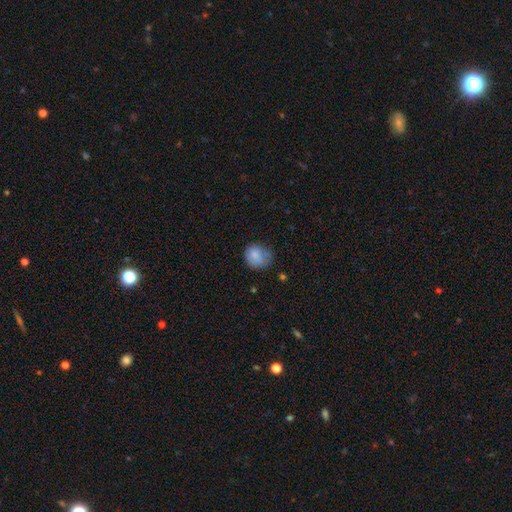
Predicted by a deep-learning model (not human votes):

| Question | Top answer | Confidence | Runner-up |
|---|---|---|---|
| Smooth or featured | smooth | 83% | featured or disk (9%) |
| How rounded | round | 76% | in between (23%) |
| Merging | none | 55% | minor disturbance (31%) |